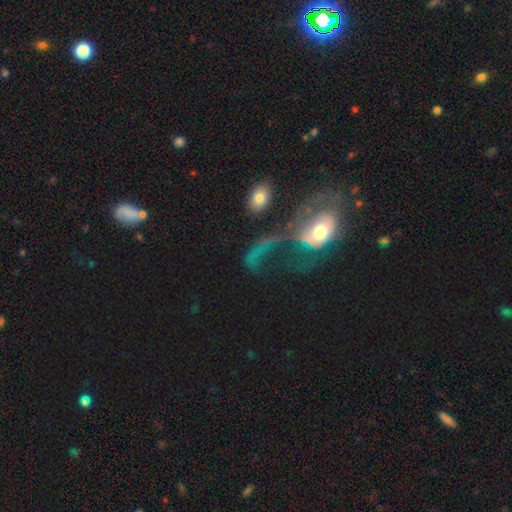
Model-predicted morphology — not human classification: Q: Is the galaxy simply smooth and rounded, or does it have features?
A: featured or disk — 43%.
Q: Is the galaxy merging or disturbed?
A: major disturbance — 48%.